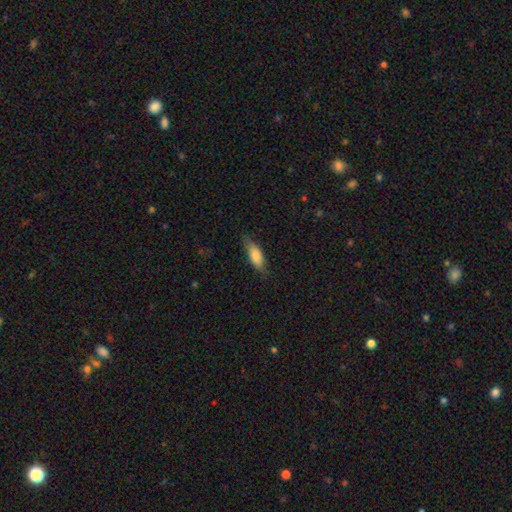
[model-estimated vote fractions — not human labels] Smooth or featured?
  - smooth: 79% *
  - featured or disk: 15%
  - star or artifact: 6%
How rounded?
  - in between: 72% *
  - cigar-shaped: 26%
  - round: 2%
Merging?
  - none: 73% *
  - minor disturbance: 21%
  - major disturbance: 5%
  - merger: 1%